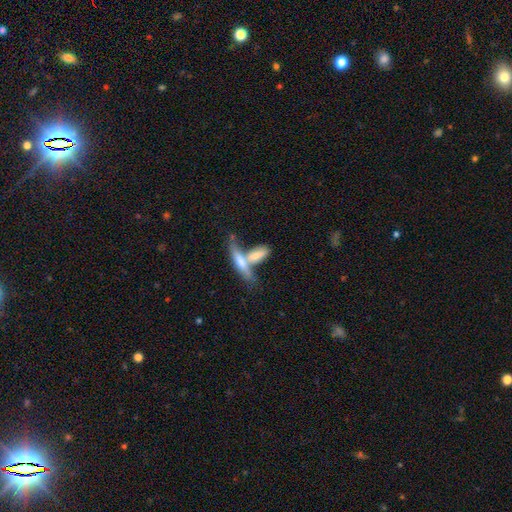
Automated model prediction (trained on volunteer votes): The model was most divided on "how rounded": cigar-shaped: 54%, in between: 43%, round: 3%. More confident: smooth or featured — smooth (62%); merging — merger (58%).